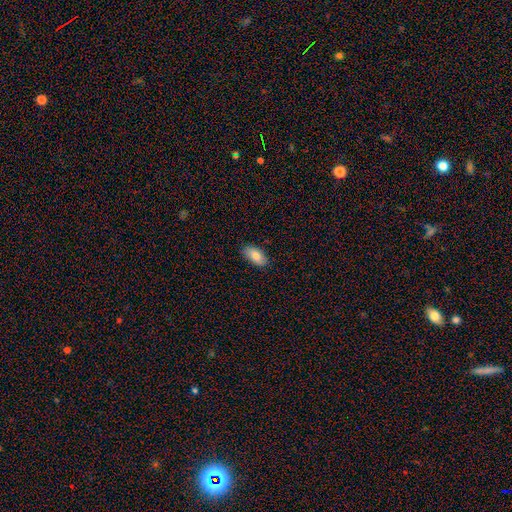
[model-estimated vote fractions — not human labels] smooth 81%, featured or disk 12%, star or artifact 7%. Down the decision tree: how rounded — in between (93%); merging — none (85%).